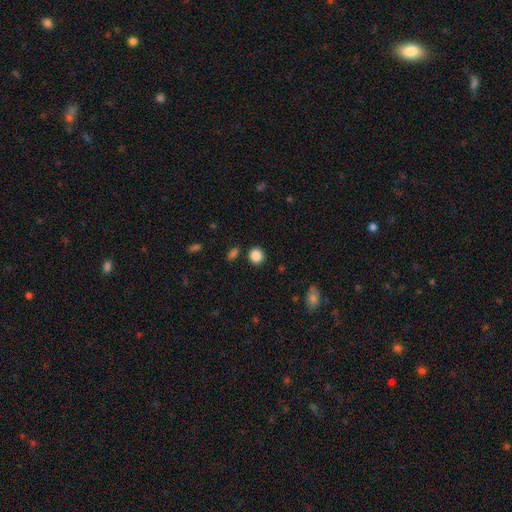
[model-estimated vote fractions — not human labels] The model was most divided on "how rounded": round: 83%, in between: 15%, cigar-shaped: 1%. More confident: merging — none (87%); smooth or featured — smooth (86%).